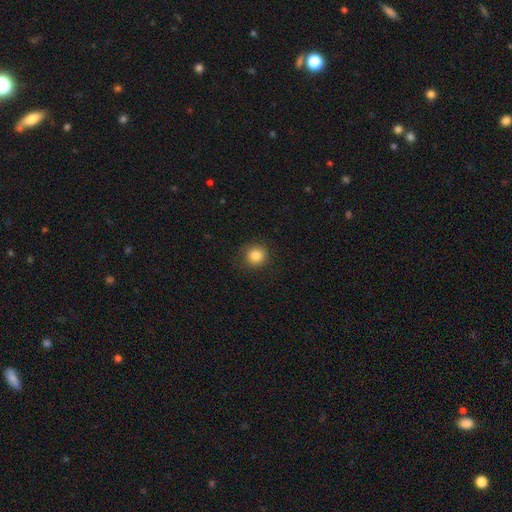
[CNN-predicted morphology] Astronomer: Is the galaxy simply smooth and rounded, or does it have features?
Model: smooth — 85%.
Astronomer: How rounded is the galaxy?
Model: round — 92%.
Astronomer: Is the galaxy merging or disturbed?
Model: none — 89%.